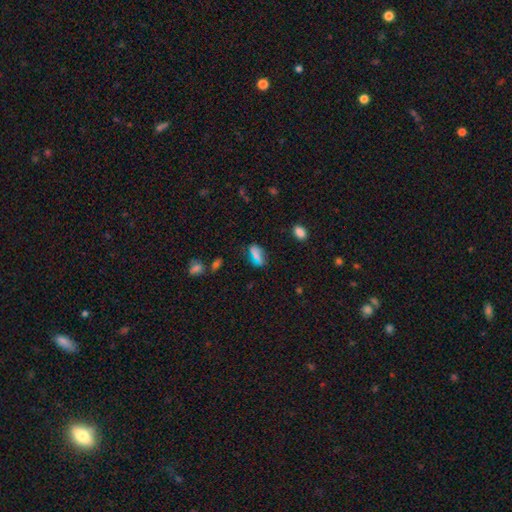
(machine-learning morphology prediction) Smooth or featured?
  - smooth: 64% *
  - star or artifact: 18%
  - featured or disk: 18%
How rounded?
  - in between: 67% *
  - cigar-shaped: 25%
  - round: 8%
Merging?
  - none: 65% *
  - minor disturbance: 20%
  - major disturbance: 9%
  - merger: 6%